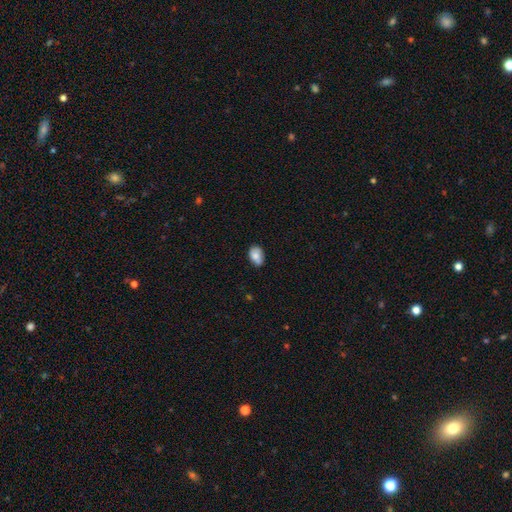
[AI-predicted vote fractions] smooth_or_featured: smooth (p=0.77) [alt: featured or disk p=0.15]
how_rounded: in between (p=0.81) [alt: round p=0.17]
merging: none (p=0.67) [alt: minor disturbance p=0.25]